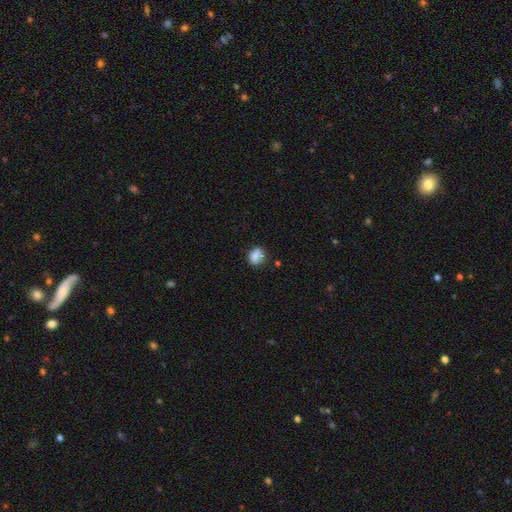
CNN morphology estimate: Smooth or featured? smooth (81%)
How rounded? round (56%)
Merging? none (65%)